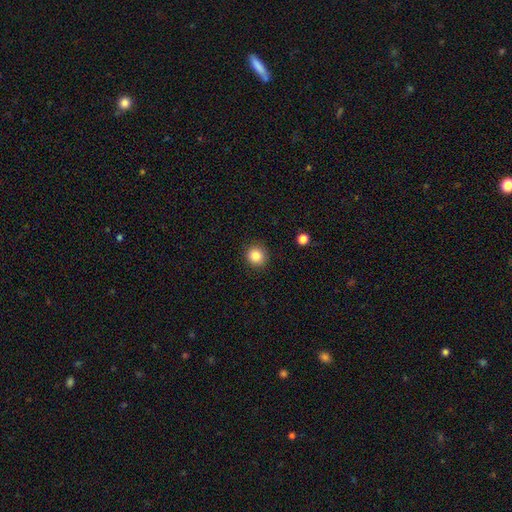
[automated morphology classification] This appears to be a smooth galaxy with no disk features (85%) that is round (91%). Merging: none (90%).